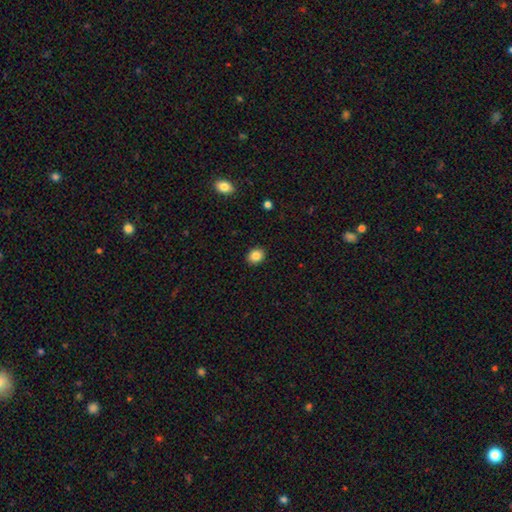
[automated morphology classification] smooth_or_featured: smooth (p=0.85) [alt: star or artifact p=0.10]
how_rounded: round (p=0.54) [alt: in between p=0.46]
merging: none (p=0.91) [alt: minor disturbance p=0.06]